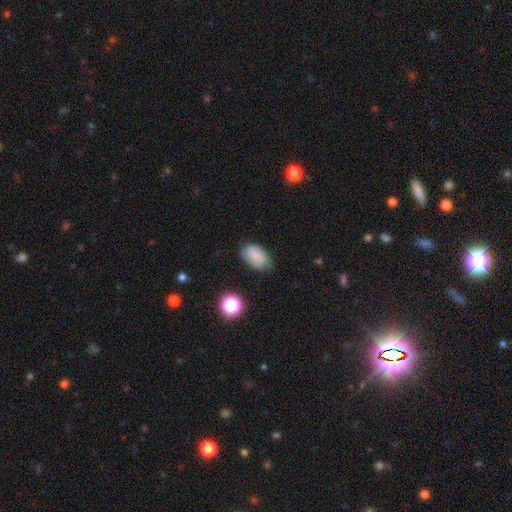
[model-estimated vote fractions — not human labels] Smooth or featured: smooth — 65% (featured or disk — 24%)
How rounded: in between — 89% (round — 9%)
Merging: none — 73% (minor disturbance — 21%)